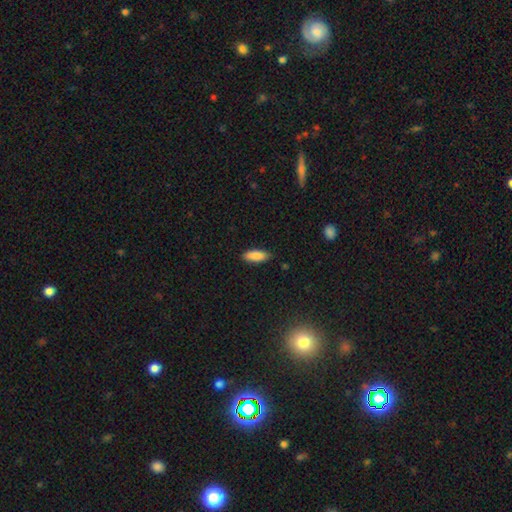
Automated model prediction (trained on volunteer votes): Smooth or featured?
  - smooth: 87% *
  - star or artifact: 7%
  - featured or disk: 6%
How rounded?
  - in between: 75% *
  - cigar-shaped: 23%
  - round: 2%
Merging?
  - none: 86% *
  - minor disturbance: 11%
  - major disturbance: 2%
  - merger: 1%